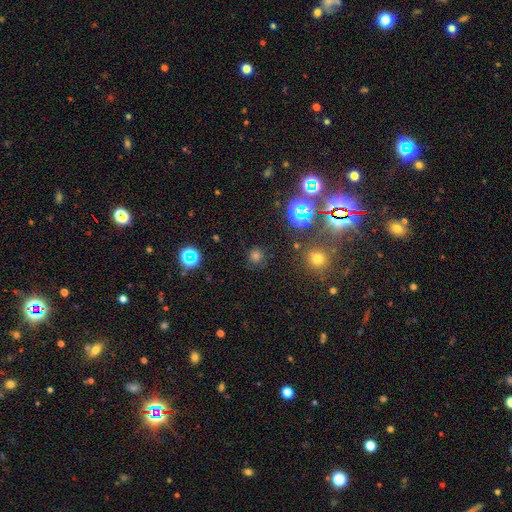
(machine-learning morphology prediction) smooth-or-featured: smooth: 61% | star or artifact: 32% | featured or disk: 7%
  how-rounded: round: 92% | in between: 7% | cigar-shaped: 1%
  merging: none: 85% | minor disturbance: 9% | major disturbance: 4% | merger: 3%